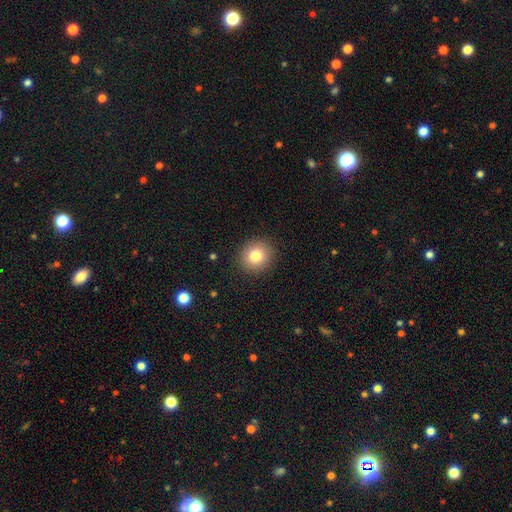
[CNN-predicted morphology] smooth_or_featured: smooth (p=0.80) [alt: star or artifact p=0.10]
how_rounded: round (p=0.87) [alt: in between p=0.12]
merging: none (p=0.90) [alt: minor disturbance p=0.07]